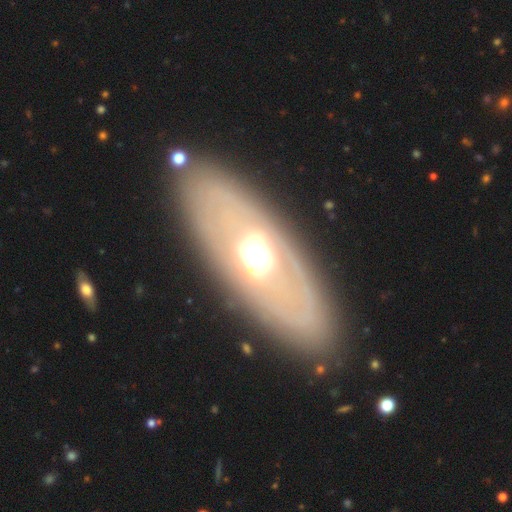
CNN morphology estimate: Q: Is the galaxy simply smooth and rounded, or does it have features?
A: featured or disk — 68%.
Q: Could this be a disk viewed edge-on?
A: no — 71%.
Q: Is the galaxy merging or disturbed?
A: none — 82%.